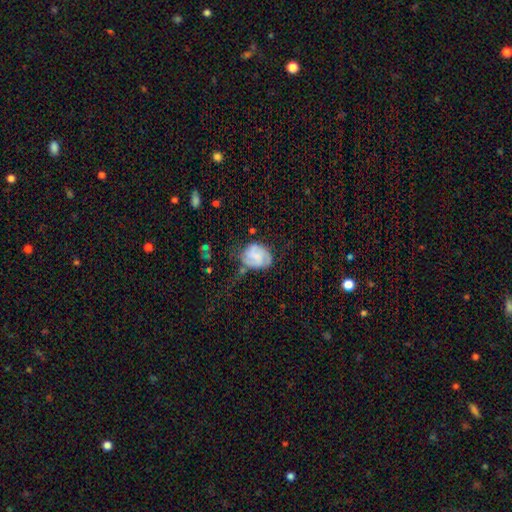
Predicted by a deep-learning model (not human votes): Smooth or featured?
  - smooth: 46% *
  - featured or disk: 45%
  - star or artifact: 9%
Merging?
  - none: 46% *
  - minor disturbance: 31%
  - major disturbance: 18%
  - merger: 5%